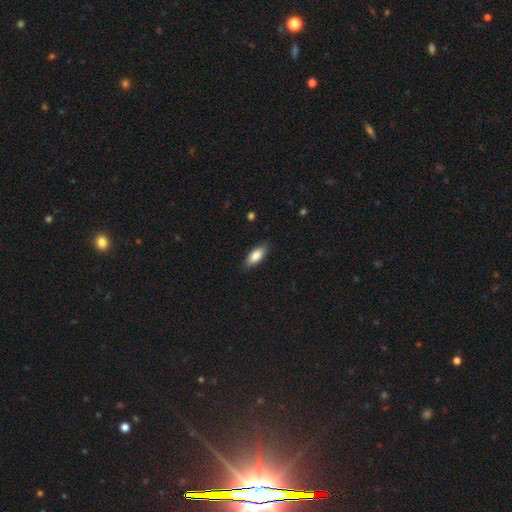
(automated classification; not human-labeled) Smooth or featured? Predicted: smooth (p=0.80). How rounded? Predicted: in between (p=0.80). Merging? Predicted: none (p=0.83).